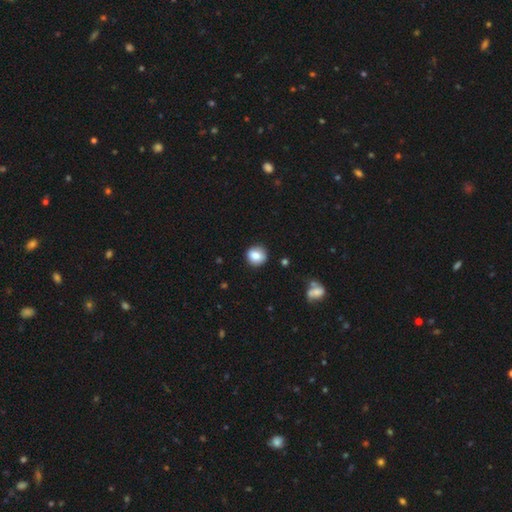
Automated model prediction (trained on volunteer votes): This is clearly a smooth galaxy (82%). How rounded: clearly round (85%). Merging: clearly none (85%).